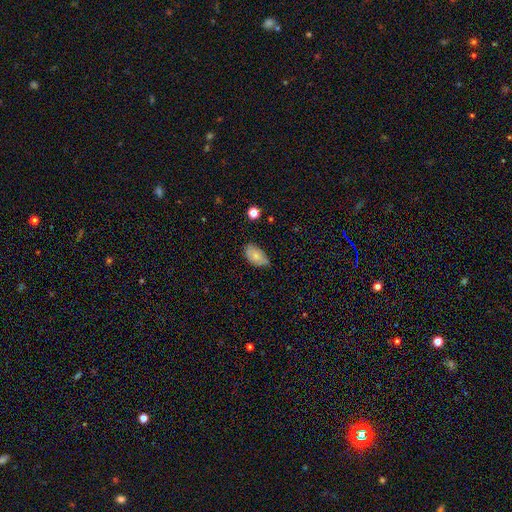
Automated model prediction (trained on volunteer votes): Q: Smooth or featured?
A: smooth (74%); runner-up: featured or disk (18%)
Q: How rounded?
A: in between (92%); runner-up: round (6%)
Q: Merging?
A: none (61%); runner-up: minor disturbance (32%)